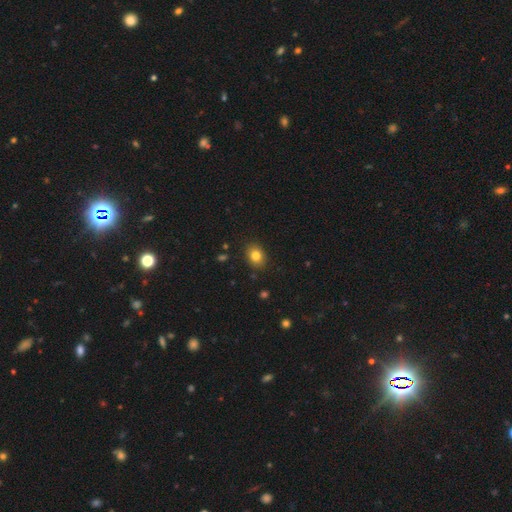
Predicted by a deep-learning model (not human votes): Smooth or featured? smooth (82%)
How rounded? in between (56%)
Merging? none (88%)